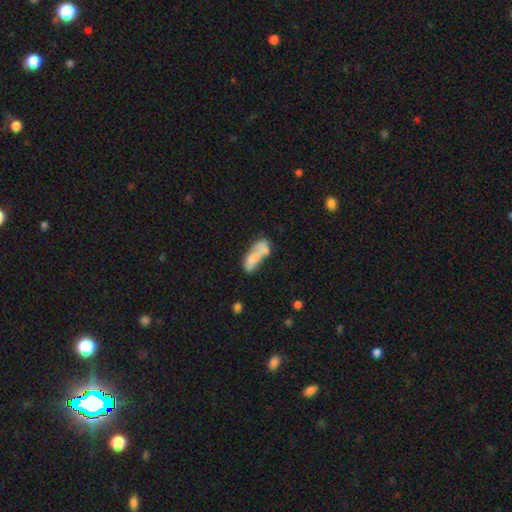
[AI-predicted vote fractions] Smooth or featured: smooth — 62% (featured or disk — 28%)
How rounded: in between — 71% (cigar-shaped — 26%)
Merging: merger — 44% (none — 26%)